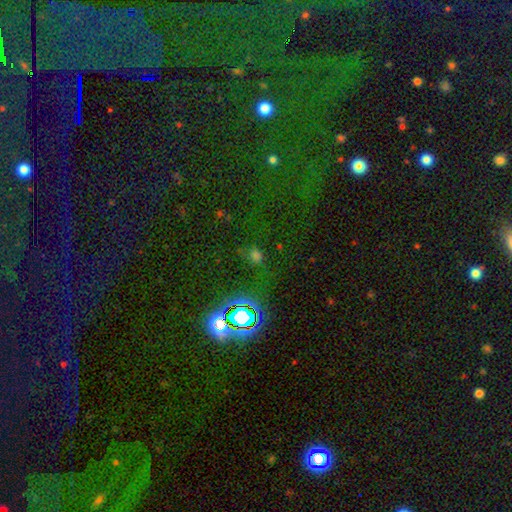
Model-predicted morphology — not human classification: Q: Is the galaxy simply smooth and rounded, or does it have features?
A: star or artifact — 52%.